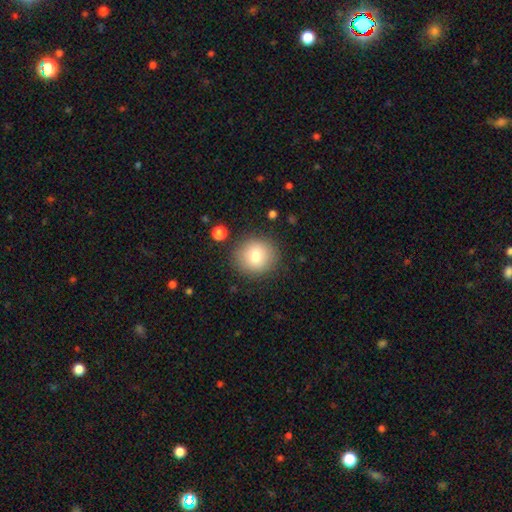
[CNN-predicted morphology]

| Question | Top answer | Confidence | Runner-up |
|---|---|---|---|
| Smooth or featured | smooth | 80% | featured or disk (10%) |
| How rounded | round | 88% | in between (11%) |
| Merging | none | 86% | minor disturbance (9%) |